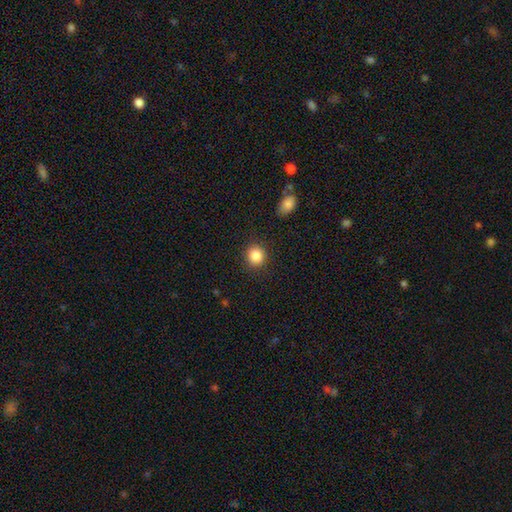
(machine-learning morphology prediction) smooth-or-featured: smooth: 86% | star or artifact: 10% | featured or disk: 5%
  how-rounded: round: 87% | in between: 13% | cigar-shaped: 1%
  merging: none: 89% | minor disturbance: 7% | major disturbance: 3% | merger: 1%